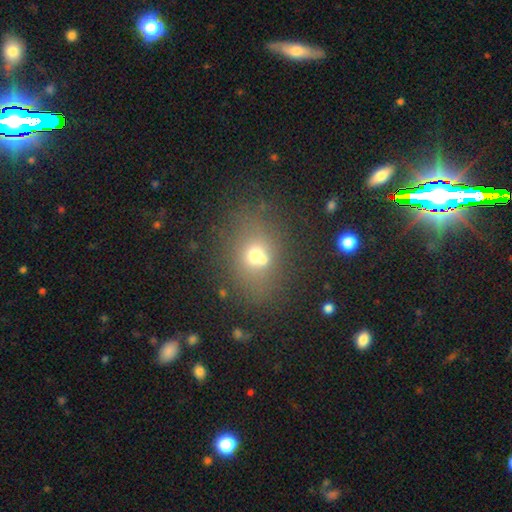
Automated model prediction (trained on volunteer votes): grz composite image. It shows a smooth galaxy with no disk features (61%) that is round (55%). Merging: none (52%).